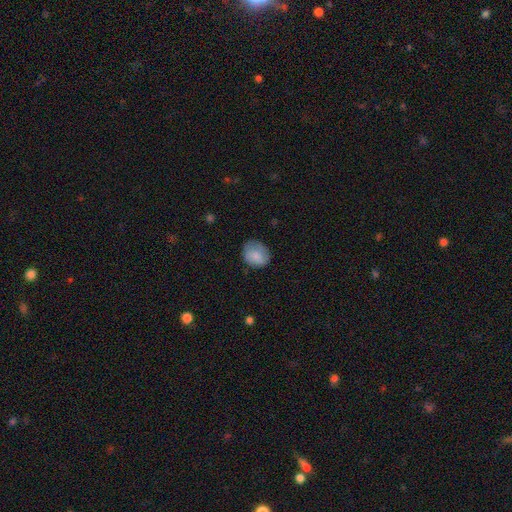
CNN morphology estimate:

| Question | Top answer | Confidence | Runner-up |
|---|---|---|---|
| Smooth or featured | smooth | 81% | featured or disk (12%) |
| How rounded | round | 62% | in between (37%) |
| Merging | none | 71% | minor disturbance (22%) |